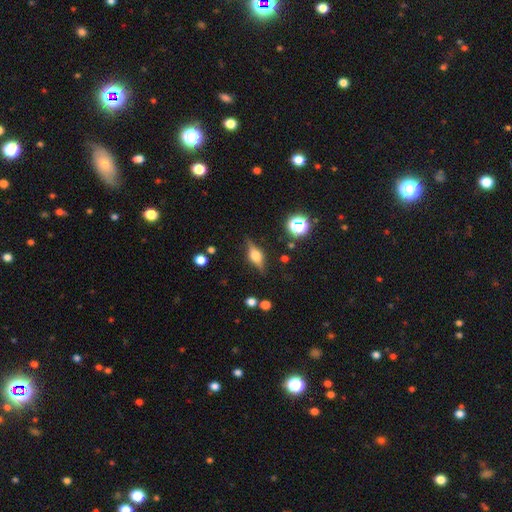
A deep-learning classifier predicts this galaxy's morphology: type=featured or disk (66%); edge-on=yes (95%); edge-on bulge=rounded (92%); merging=none (84%).